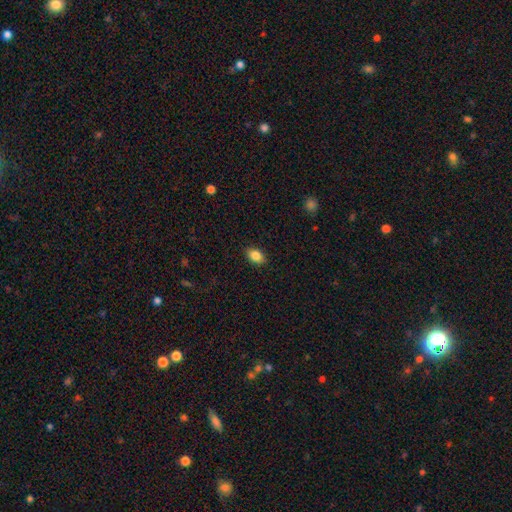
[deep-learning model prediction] smooth 85%, star or artifact 9%, featured or disk 6%. Down the decision tree: how rounded — in between (82%); merging — none (89%).